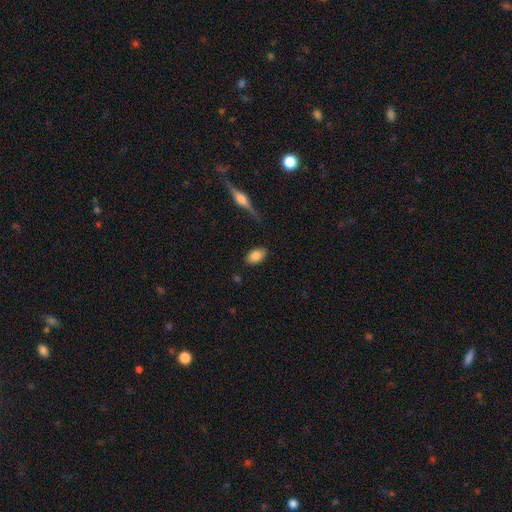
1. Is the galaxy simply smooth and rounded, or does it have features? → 92% smooth, 8% featured or disk, 0% star or artifact.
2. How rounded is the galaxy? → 91% in between, 9% round, 0% cigar-shaped.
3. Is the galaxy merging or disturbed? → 89% none, 8% major disturbance, 3% minor disturbance, 0% merger.